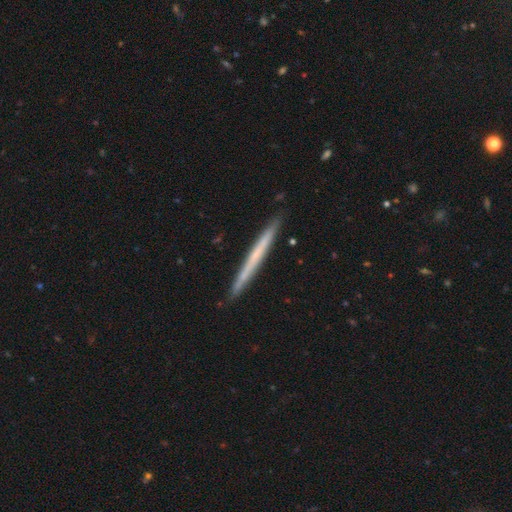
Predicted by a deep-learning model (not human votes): Smooth or featured? Predicted: featured or disk (p=0.47, tied with smooth). Merging? Predicted: none (p=0.90).